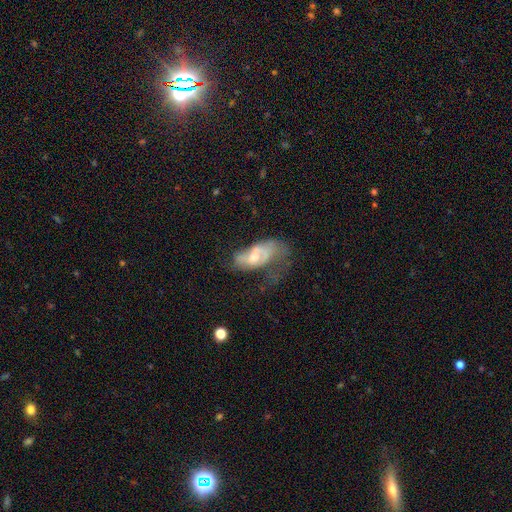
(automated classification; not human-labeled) This appears to be a featured or disk galaxy (55%) with no bar (65%), spiral arms (51%) and a moderate central bulge (50%). Merging: major disturbance (47%).